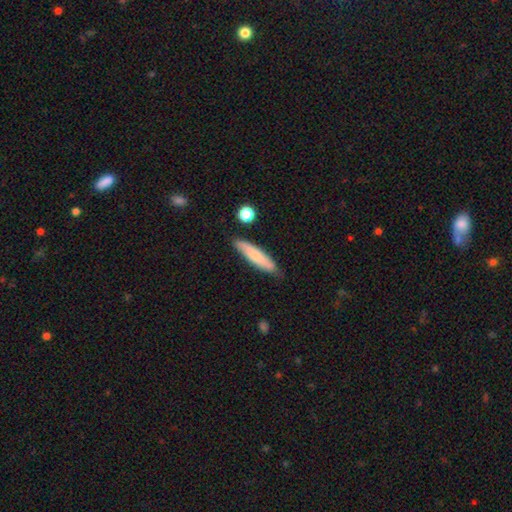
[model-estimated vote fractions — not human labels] The model was most divided on "smooth or featured": smooth: 72%, featured or disk: 22%, star or artifact: 6%. More confident: merging — none (78%); how rounded — cigar-shaped (77%).